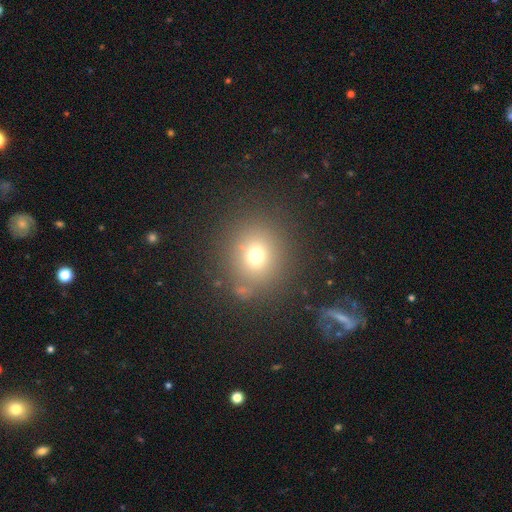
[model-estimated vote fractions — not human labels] This is likely a smooth galaxy (71%). How rounded: clearly round (82%). Merging: clearly none (82%).